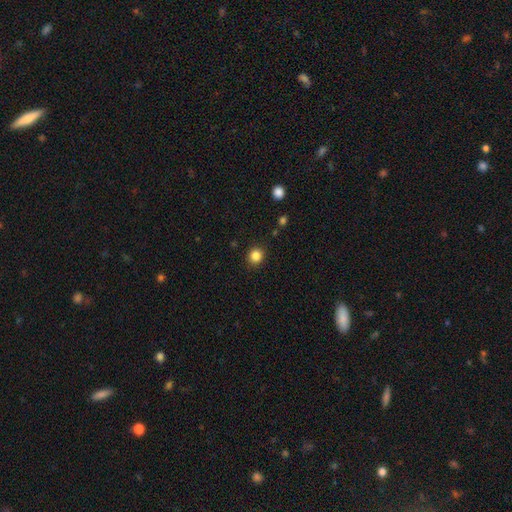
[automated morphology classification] A smooth galaxy with no disk features (84%) that is round (85%). Merging: none (89%).